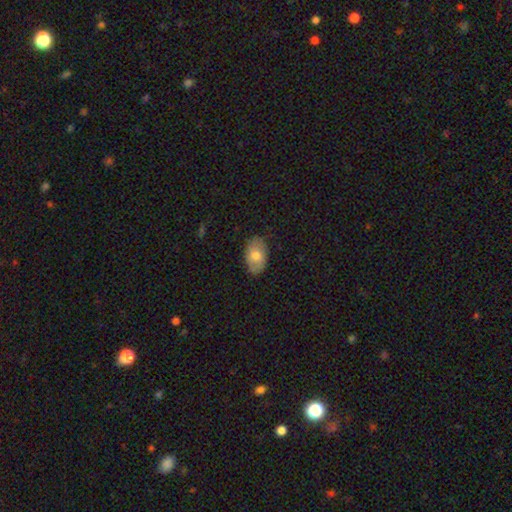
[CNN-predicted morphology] smooth-or-featured: smooth: 73% | featured or disk: 21% | star or artifact: 7%
  how-rounded: in between: 91% | round: 8% | cigar-shaped: 1%
  merging: none: 81% | minor disturbance: 15% | major disturbance: 3% | merger: 1%